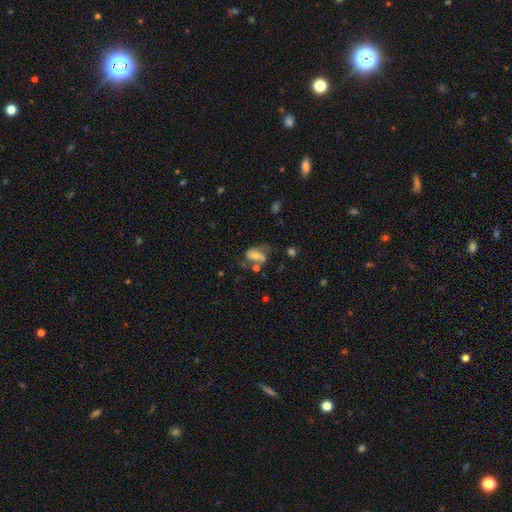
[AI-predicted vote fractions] Q: Smooth or featured?
A: featured or disk (55%); runner-up: smooth (36%)
Q: Edge-on disk?
A: no (96%); runner-up: yes (4%)
Q: Bar?
A: no (41%); runner-up: weak (34%)
Q: Spiral arms?
A: yes (79%); runner-up: no (21%)
Q: Bulge size?
A: moderate (47%); runner-up: small (36%)
Q: Merging?
A: none (42%); runner-up: major disturbance (22%)